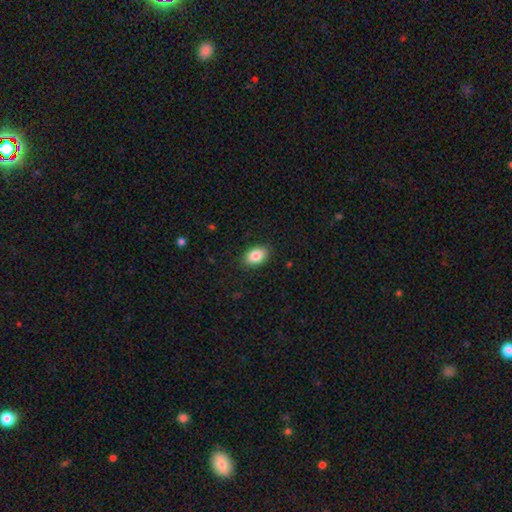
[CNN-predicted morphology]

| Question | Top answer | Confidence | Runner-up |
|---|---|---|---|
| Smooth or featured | smooth | 86% | star or artifact (7%) |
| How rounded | in between | 88% | round (10%) |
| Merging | none | 88% | minor disturbance (9%) |